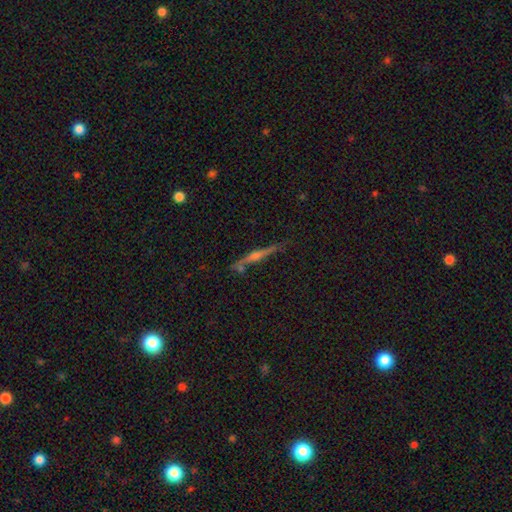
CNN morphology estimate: Q: Smooth or featured?
A: featured or disk (73%); runner-up: smooth (18%)
Q: Edge-on disk?
A: yes (96%); runner-up: no (4%)
Q: Edge-on bulge?
A: rounded (76%); runner-up: none (13%)
Q: Merging?
A: none (78%); runner-up: minor disturbance (13%)